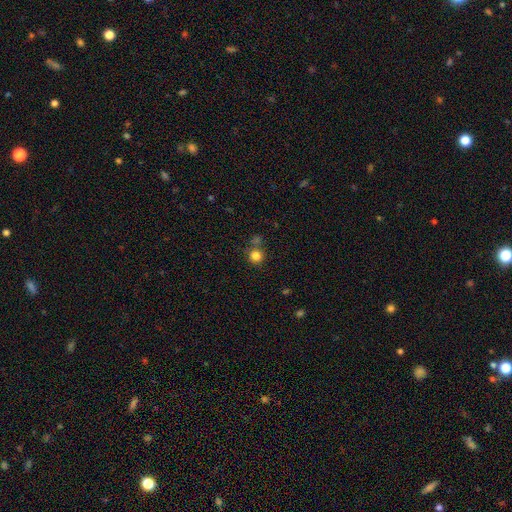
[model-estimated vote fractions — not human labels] smooth_or_featured: smooth (p=0.82) [alt: star or artifact p=0.13]
how_rounded: round (p=0.93) [alt: in between p=0.06]
merging: none (p=0.74) [alt: merger p=0.14]